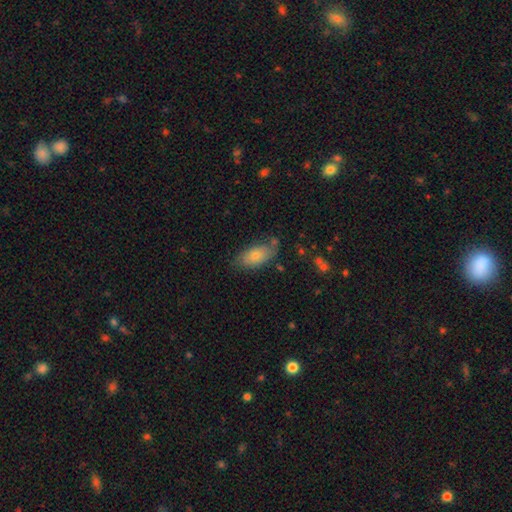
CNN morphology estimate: Smooth or featured? smooth (73%)
How rounded? in between (91%)
Merging? none (65%)